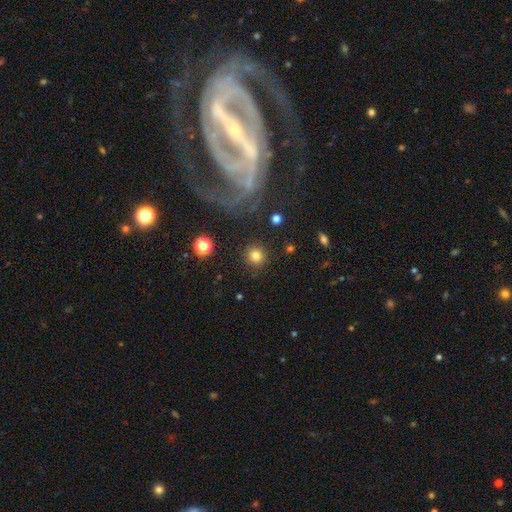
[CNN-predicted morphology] type=smooth (81%); roundness=round (92%); merging=none (90%).